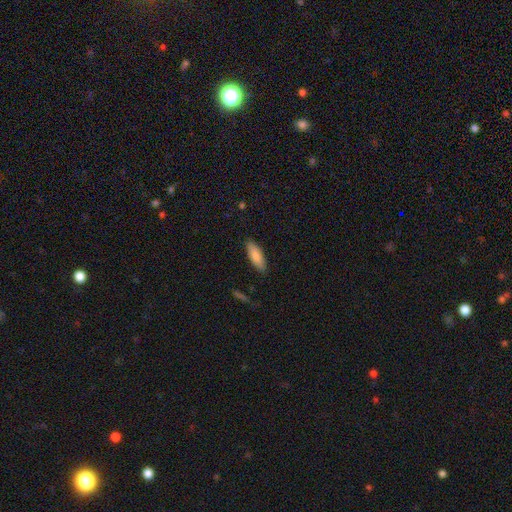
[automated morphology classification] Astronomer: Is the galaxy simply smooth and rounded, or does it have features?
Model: smooth — 83%.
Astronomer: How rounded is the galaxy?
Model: in between — 61% (runner-up: cigar-shaped, 37%).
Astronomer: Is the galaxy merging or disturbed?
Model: none — 86%.